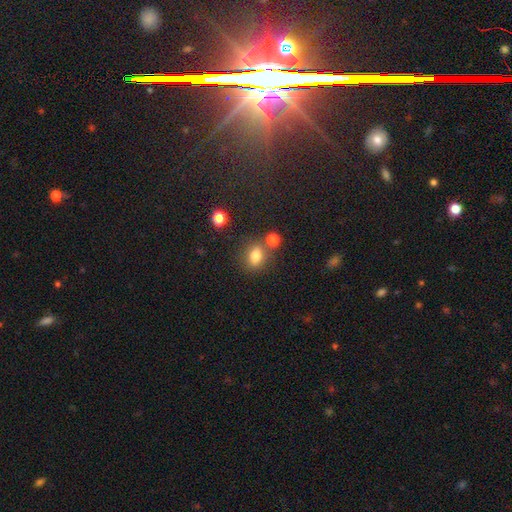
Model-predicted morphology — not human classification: A smooth galaxy with no disk features (79%) that is in between round and cigar-shaped (57%).

Vote fractions:
- Smooth or featured? smooth: 79% / star or artifact: 13% / featured or disk: 8%
- How rounded? in between: 57% / round: 41% / cigar-shaped: 2%
- Merging? none: 62% / merger: 21% / minor disturbance: 13% / major disturbance: 5%